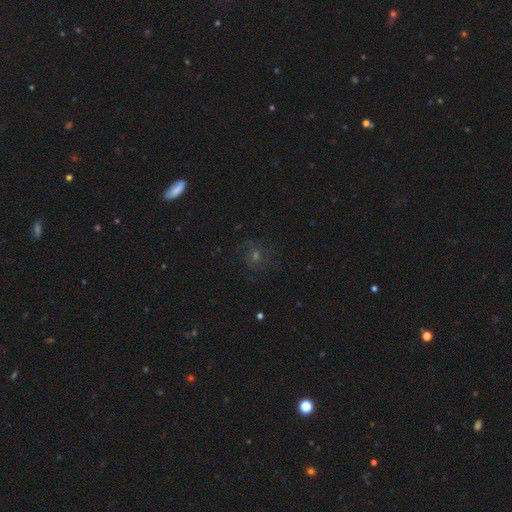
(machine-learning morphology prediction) This appears to be a star or artifact, not a galaxy (34%).